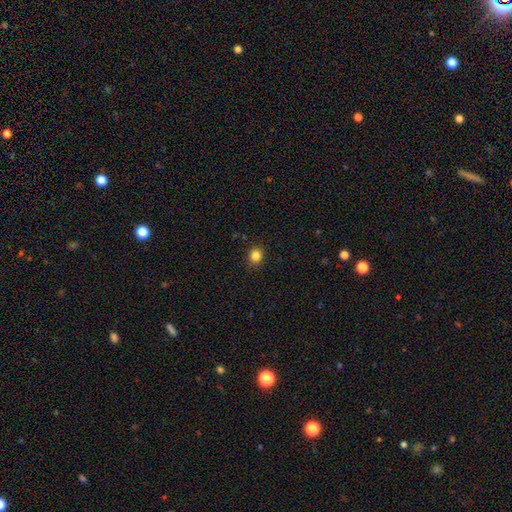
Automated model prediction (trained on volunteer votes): This is clearly a smooth galaxy (83%). How rounded: likely round (79%). Merging: clearly none (89%).